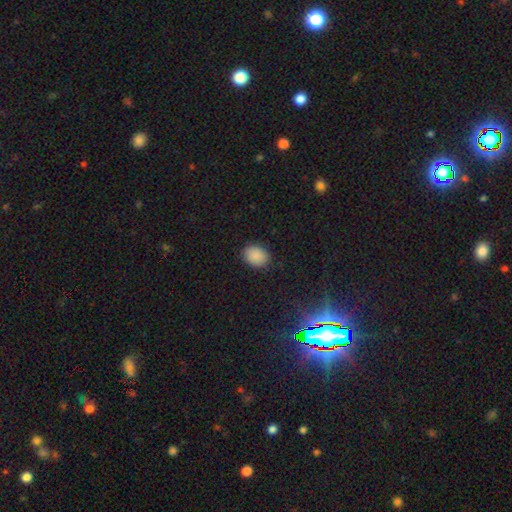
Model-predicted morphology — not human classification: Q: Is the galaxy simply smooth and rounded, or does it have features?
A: smooth — 88%.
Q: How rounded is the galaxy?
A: in between — 59%.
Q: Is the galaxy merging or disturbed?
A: none — 88%.